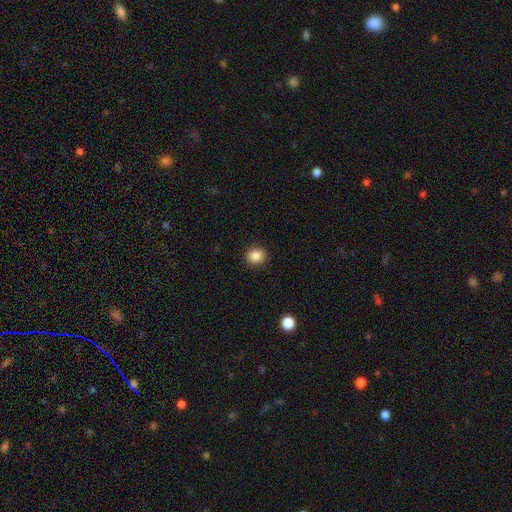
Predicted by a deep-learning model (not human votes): smooth-or-featured: smooth: 86% | star or artifact: 10% | featured or disk: 4%
  how-rounded: round: 81% | in between: 18% | cigar-shaped: 1%
  merging: none: 91% | minor disturbance: 6% | major disturbance: 2% | merger: 1%